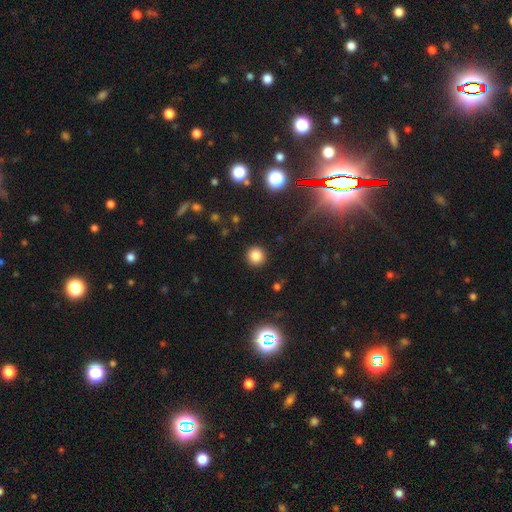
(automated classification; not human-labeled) smooth-or-featured: smooth: 83% | star or artifact: 13% | featured or disk: 5%
  how-rounded: round: 93% | in between: 6% | cigar-shaped: 1%
  merging: none: 92% | minor disturbance: 5% | major disturbance: 2% | merger: 1%